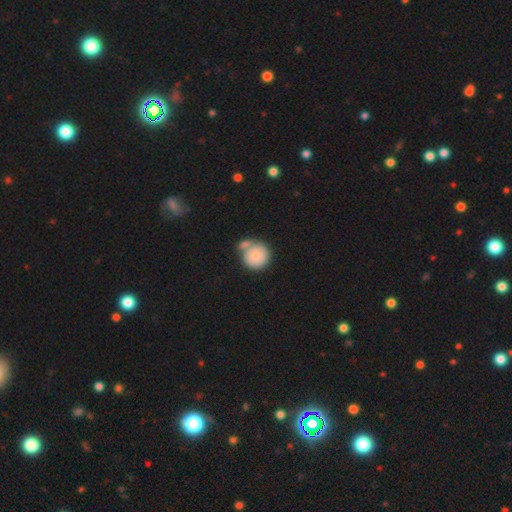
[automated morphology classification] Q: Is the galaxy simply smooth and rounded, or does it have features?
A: smooth — 83%.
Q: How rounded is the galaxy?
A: round — 92%.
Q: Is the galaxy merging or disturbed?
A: none — 47%.